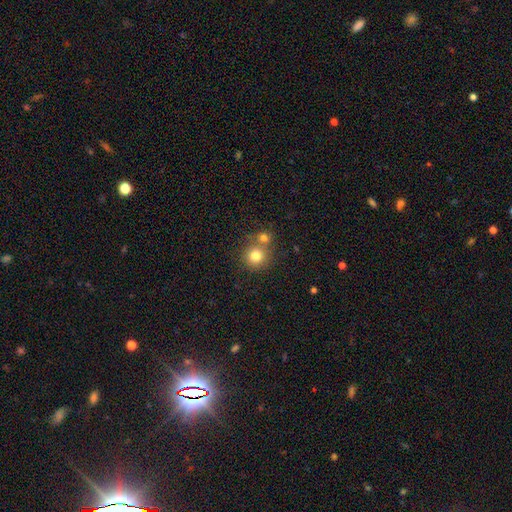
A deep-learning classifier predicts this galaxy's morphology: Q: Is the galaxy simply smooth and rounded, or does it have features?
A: smooth — 79%.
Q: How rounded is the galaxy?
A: round — 91%.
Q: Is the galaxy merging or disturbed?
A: none — 59%.